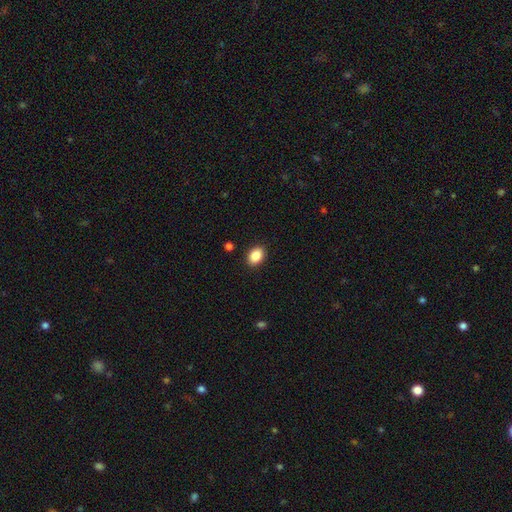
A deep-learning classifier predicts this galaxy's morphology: Smooth or featured? Predicted: smooth (p=0.87). How rounded? Predicted: in between (p=0.75). Merging? Predicted: none (p=0.89).